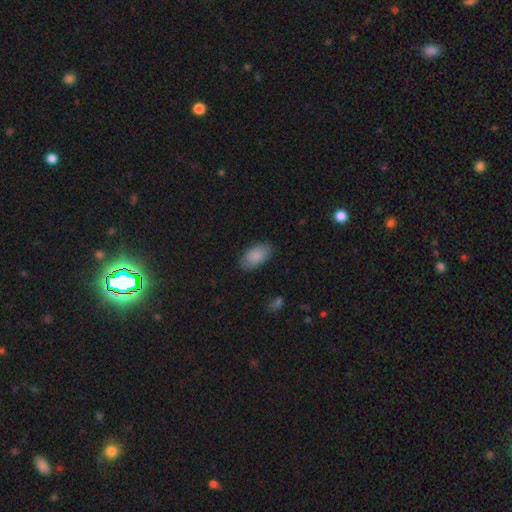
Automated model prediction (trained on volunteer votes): Overall: smooth (88%). How rounded: in between (94%). Merging: none (85%).